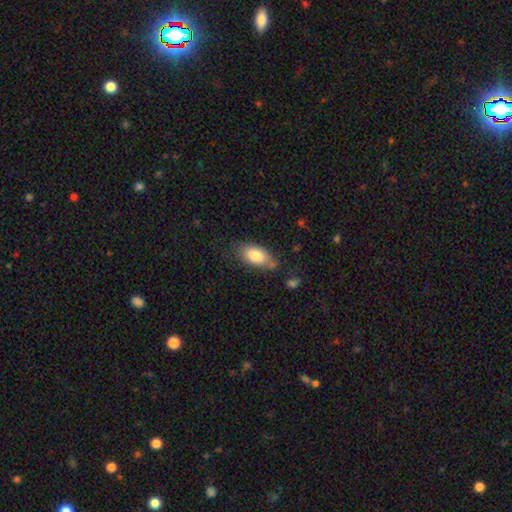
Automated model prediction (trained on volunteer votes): Smooth or featured?
  - smooth: 81% *
  - featured or disk: 12%
  - star or artifact: 7%
How rounded?
  - in between: 91% *
  - round: 5%
  - cigar-shaped: 4%
Merging?
  - none: 67% *
  - minor disturbance: 22%
  - major disturbance: 6%
  - merger: 5%